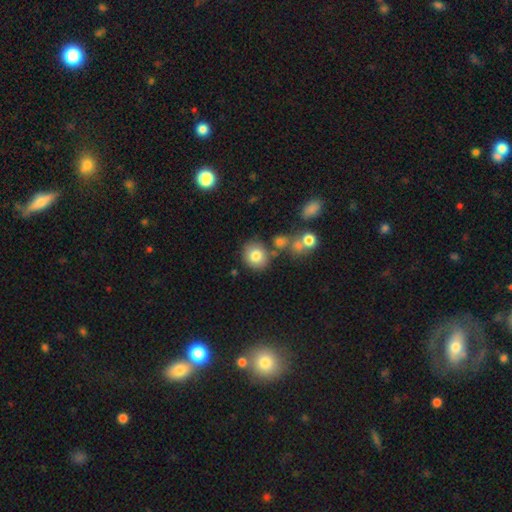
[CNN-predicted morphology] This is likely a smooth galaxy (79%). How rounded: likely round (80%). Merging: likely none (74%).